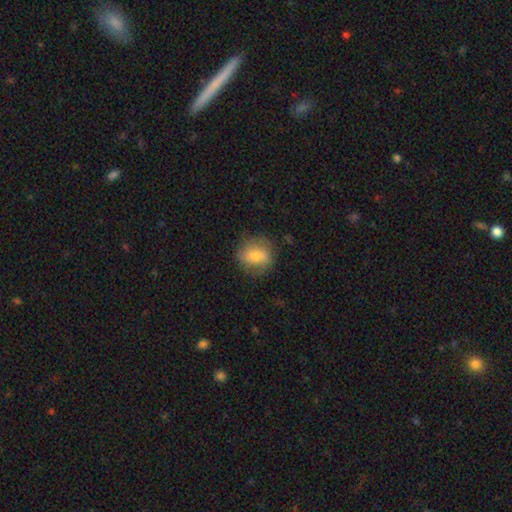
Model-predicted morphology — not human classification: type=smooth (67%); roundness=round (71%); merging=none (74%).